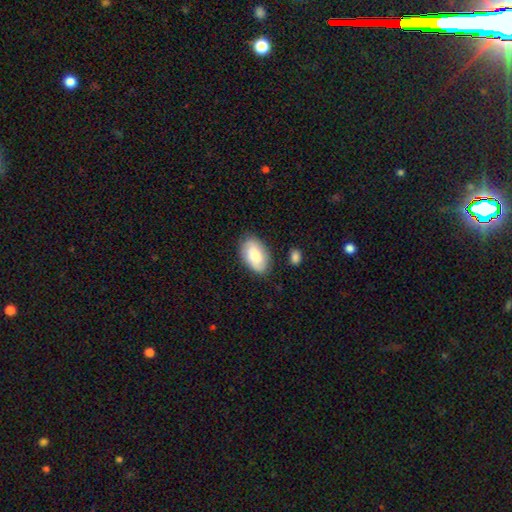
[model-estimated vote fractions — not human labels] A smooth galaxy with no disk features (74%) that is in between round and cigar-shaped (92%). Merging: none (78%).